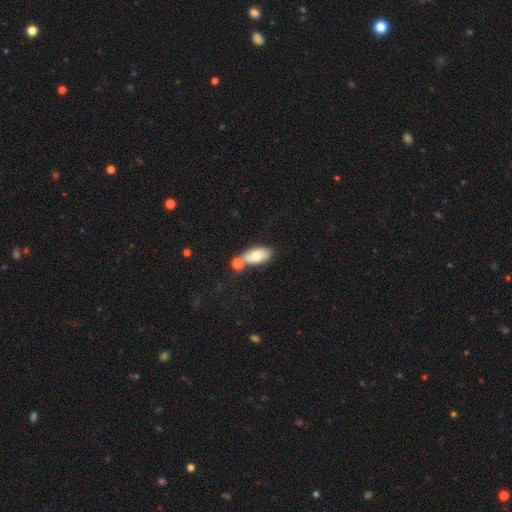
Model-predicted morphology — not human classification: smooth_or_featured: smooth (p=0.75) [alt: featured or disk p=0.18]
how_rounded: in between (p=0.90) [alt: cigar-shaped p=0.06]
merging: none (p=0.55) [alt: merger p=0.28]